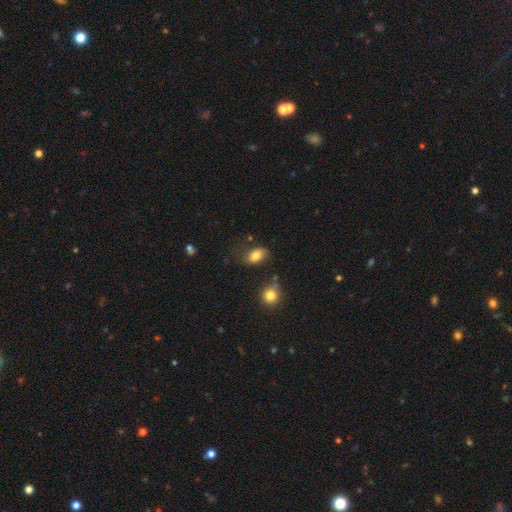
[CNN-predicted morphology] smooth_or_featured: smooth (p=0.80) [alt: featured or disk p=0.11]
how_rounded: in between (p=0.86) [alt: round p=0.12]
merging: none (p=0.64) [alt: minor disturbance p=0.22]